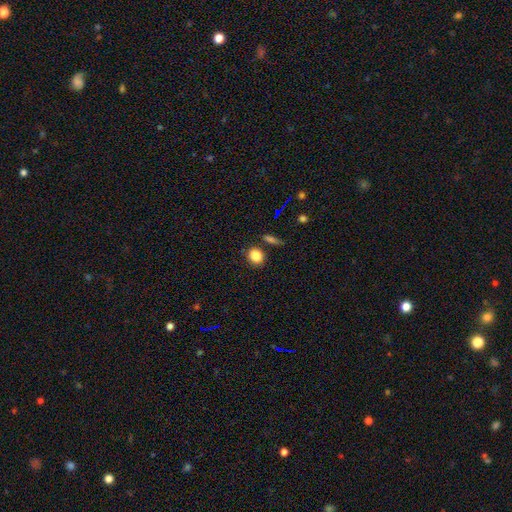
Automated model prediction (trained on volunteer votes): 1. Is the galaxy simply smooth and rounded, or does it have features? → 85% smooth, 9% star or artifact, 5% featured or disk.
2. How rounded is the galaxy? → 74% round, 24% in between, 1% cigar-shaped.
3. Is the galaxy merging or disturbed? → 81% none, 10% minor disturbance, 6% merger, 3% major disturbance.